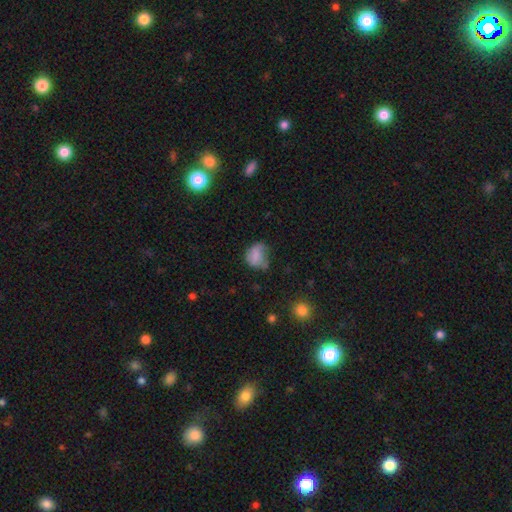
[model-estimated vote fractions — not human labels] smooth-or-featured: smooth: 71% | featured or disk: 18% | star or artifact: 11%
  how-rounded: in between: 52% | round: 47% | cigar-shaped: 1%
  merging: none: 37% | minor disturbance: 36% | major disturbance: 23% | merger: 4%